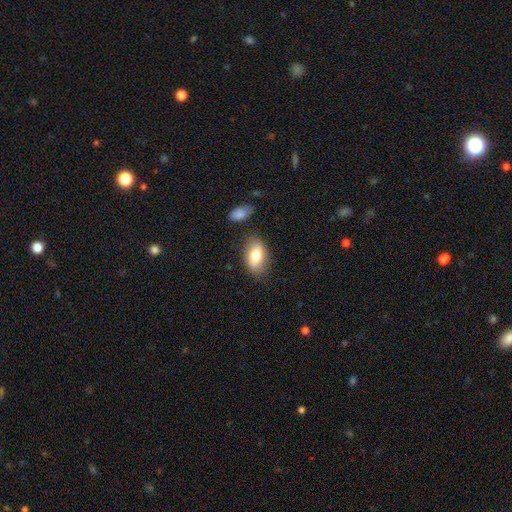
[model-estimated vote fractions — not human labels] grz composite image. It shows a smooth galaxy with no disk features (78%) that is in between round and cigar-shaped (91%). Merging: none (77%).